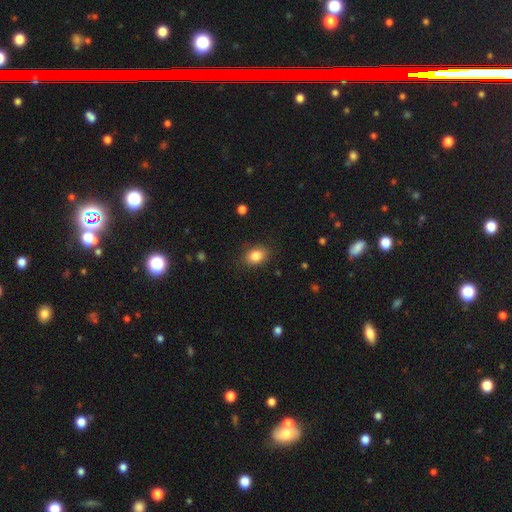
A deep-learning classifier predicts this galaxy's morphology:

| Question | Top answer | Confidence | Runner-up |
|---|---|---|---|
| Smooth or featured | smooth | 85% | star or artifact (9%) |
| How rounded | in between | 75% | round (23%) |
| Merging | none | 85% | minor disturbance (11%) |